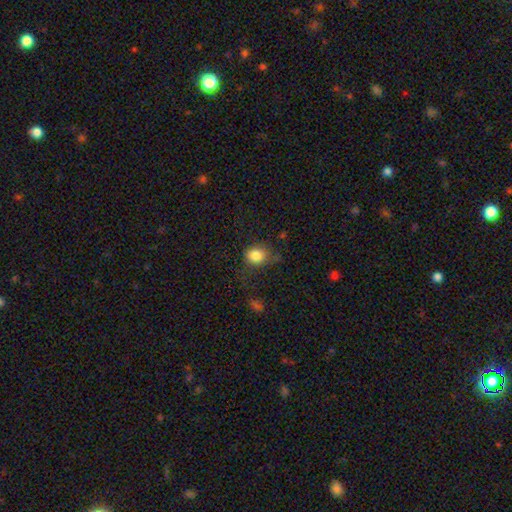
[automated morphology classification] A smooth galaxy with no disk features (83%) that is round (67%).

Vote fractions:
- Smooth or featured? smooth: 83% / star or artifact: 10% / featured or disk: 6%
- How rounded? round: 67% / in between: 32% / cigar-shaped: 1%
- Merging? none: 65% / minor disturbance: 23% / major disturbance: 9% / merger: 3%